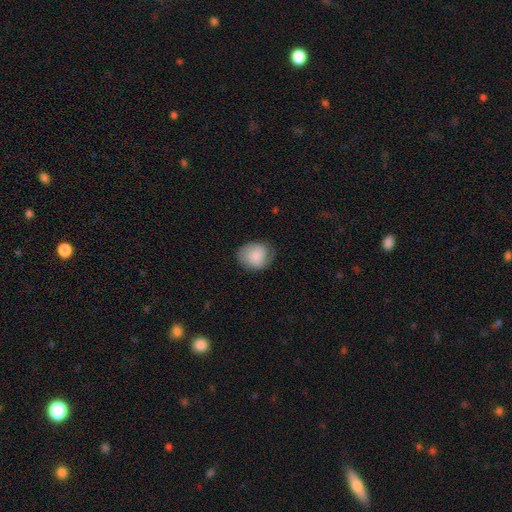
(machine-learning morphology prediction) type=smooth (77%); roundness=round (60%); merging=none (65%).